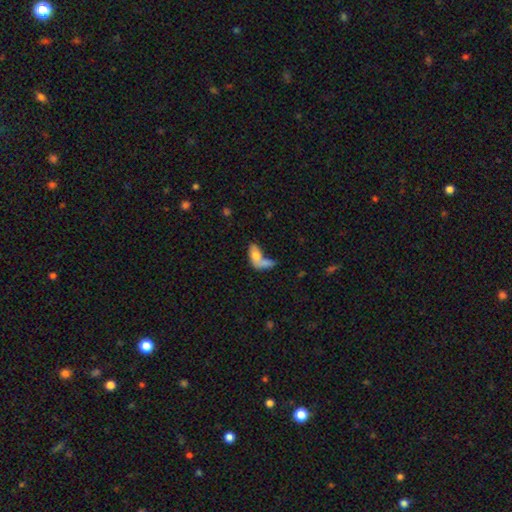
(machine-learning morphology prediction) A smooth galaxy with no disk features (70%) that is in between round and cigar-shaped (82%).

Vote fractions:
- Smooth or featured? smooth: 70% / featured or disk: 22% / star or artifact: 9%
- How rounded? in between: 82% / cigar-shaped: 11% / round: 7%
- Merging? merger: 56% / none: 19% / major disturbance: 15% / minor disturbance: 11%